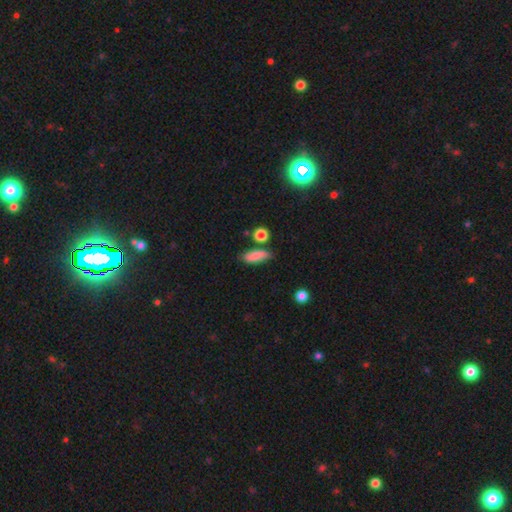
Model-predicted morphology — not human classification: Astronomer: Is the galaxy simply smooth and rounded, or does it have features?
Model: smooth — 83%.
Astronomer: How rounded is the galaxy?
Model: in between — 66%.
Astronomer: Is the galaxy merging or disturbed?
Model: none — 68%.